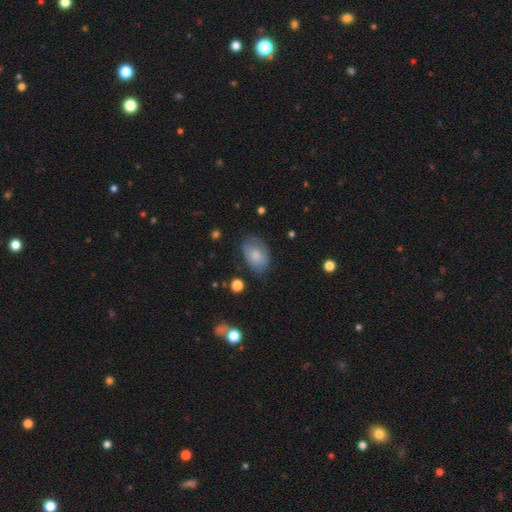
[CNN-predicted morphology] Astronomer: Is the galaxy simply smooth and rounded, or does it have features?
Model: smooth — 74%.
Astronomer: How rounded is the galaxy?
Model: in between — 84%.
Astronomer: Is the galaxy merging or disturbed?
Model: none — 64%.